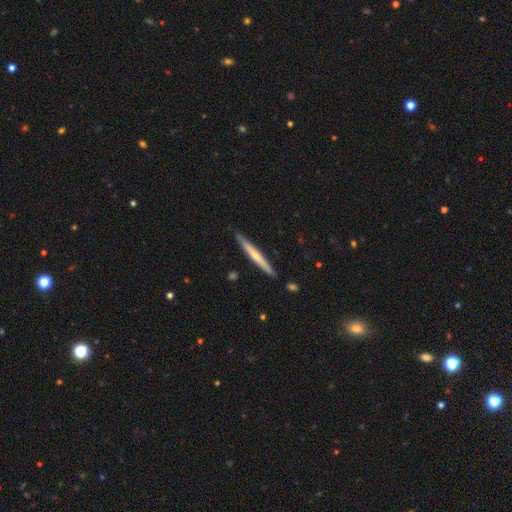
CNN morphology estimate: smooth-or-featured: featured or disk: 49% | smooth: 45% | star or artifact: 5%
  merging: none: 90% | minor disturbance: 8% | merger: 1% | major disturbance: 1%